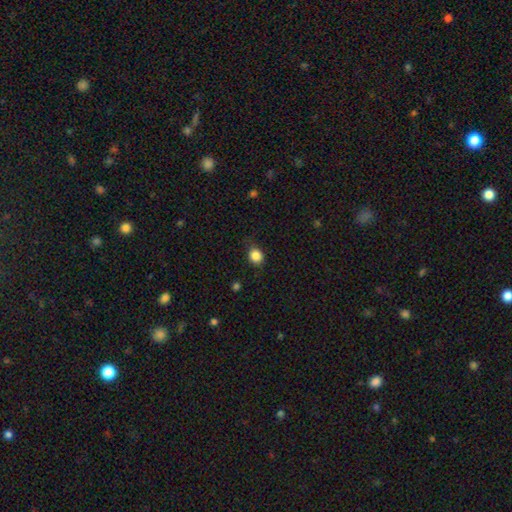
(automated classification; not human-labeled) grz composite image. It shows a smooth galaxy with no disk features (85%) that is round (73%). Merging: none (80%).